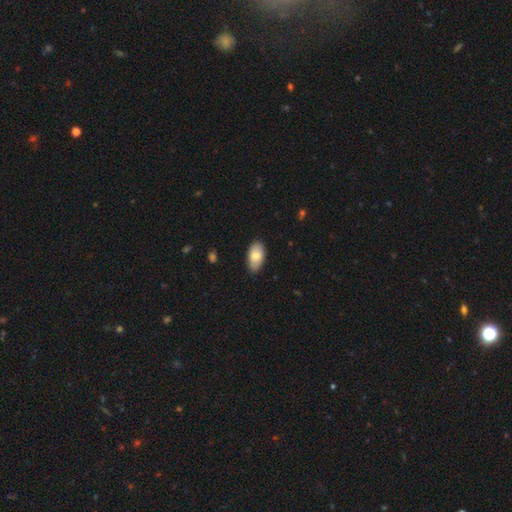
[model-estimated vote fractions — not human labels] Smooth or featured: smooth — 78% (featured or disk — 16%)
How rounded: in between — 94% (round — 4%)
Merging: none — 82% (minor disturbance — 15%)